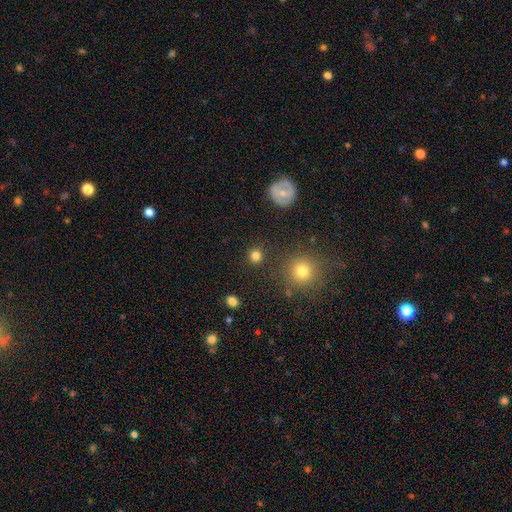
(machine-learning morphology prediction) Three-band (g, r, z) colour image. It shows a smooth galaxy with no disk features (81%) that is round (92%). Merging: none (88%).